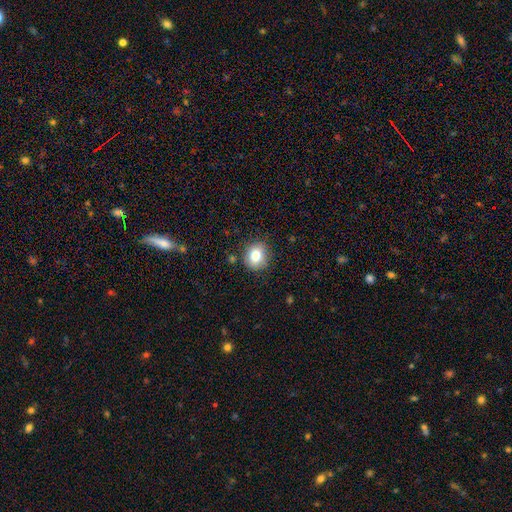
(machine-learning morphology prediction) This is likely a smooth galaxy (80%). How rounded: likely round (79%). Merging: clearly none (85%).